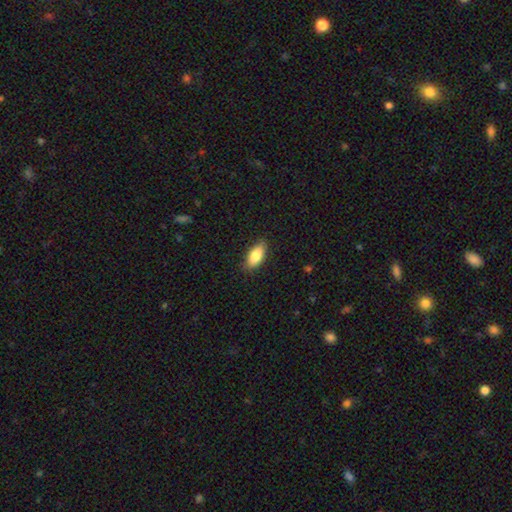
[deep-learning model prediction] This is clearly a smooth galaxy (83%). How rounded: clearly in between (86%). Merging: clearly none (85%).